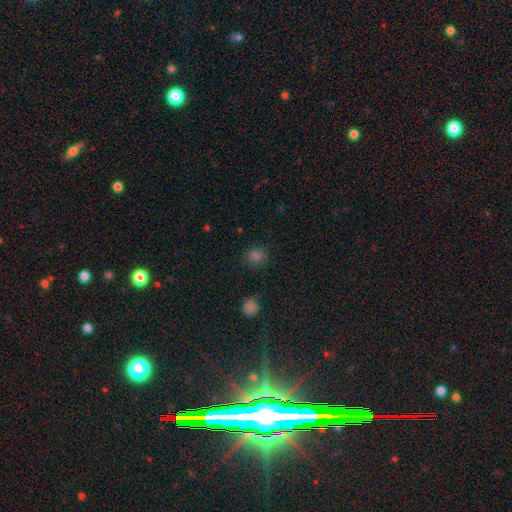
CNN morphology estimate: Overall: smooth (73%). How rounded: round (88%). Merging: none (84%).